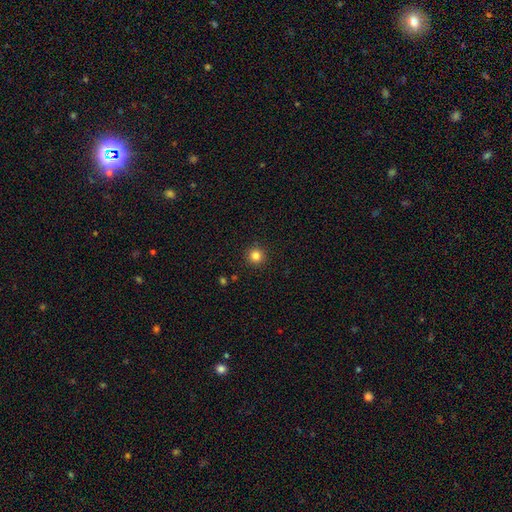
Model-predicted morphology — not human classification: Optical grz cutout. It shows a smooth galaxy with no disk features (83%) that is round (96%). Merging: none (92%).